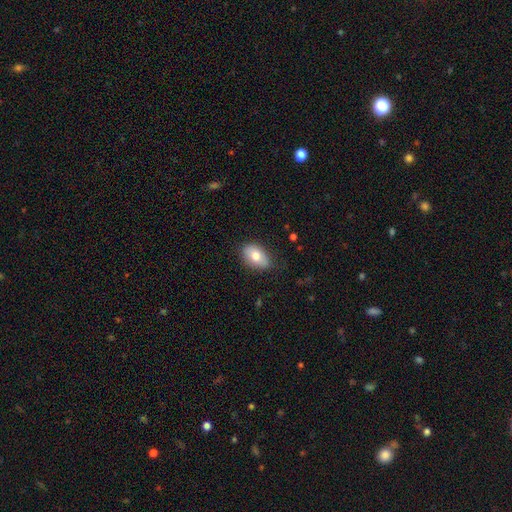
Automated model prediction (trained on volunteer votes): A smooth galaxy with no disk features (75%) that is in between round and cigar-shaped (89%). Merging: none (81%).